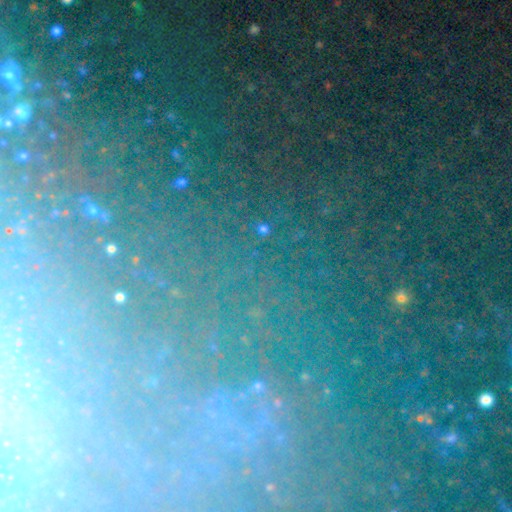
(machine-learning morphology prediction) The model was most divided on "smooth or featured": star or artifact: 65%, featured or disk: 19%, smooth: 16%.